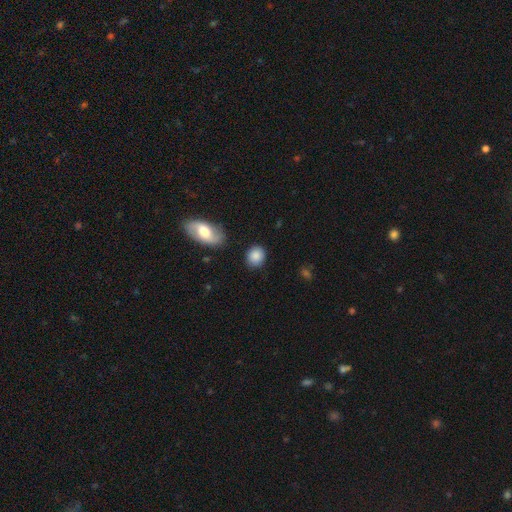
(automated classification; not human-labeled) smooth_or_featured: smooth (p=0.84) [alt: featured or disk p=0.09]
how_rounded: round (p=0.65) [alt: in between p=0.33]
merging: none (p=0.83) [alt: minor disturbance p=0.11]